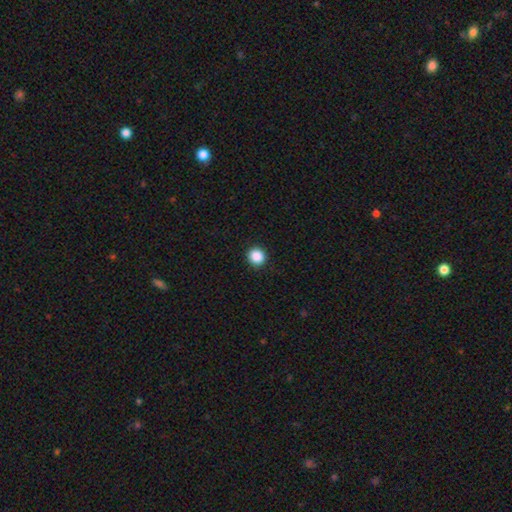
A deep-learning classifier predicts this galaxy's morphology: Smooth or featured?
  - smooth: 88% *
  - star or artifact: 10%
  - featured or disk: 3%
How rounded?
  - round: 93% *
  - in between: 6%
  - cigar-shaped: 1%
Merging?
  - none: 93% *
  - minor disturbance: 5%
  - major disturbance: 2%
  - merger: 1%